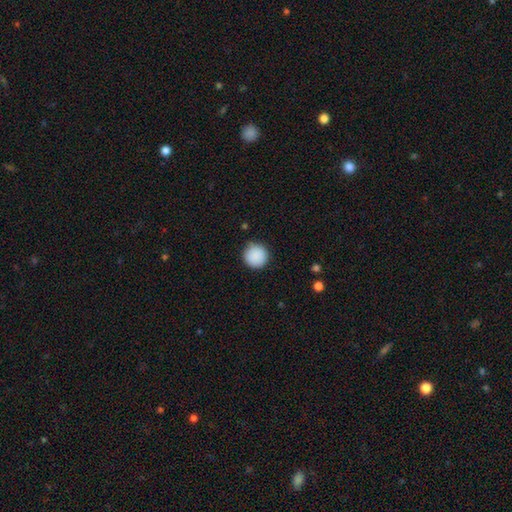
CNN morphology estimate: Smooth or featured?
  - smooth: 90% *
  - star or artifact: 8%
  - featured or disk: 3%
How rounded?
  - round: 95% *
  - in between: 4%
  - cigar-shaped: 1%
Merging?
  - none: 88% *
  - minor disturbance: 9%
  - major disturbance: 2%
  - merger: 1%